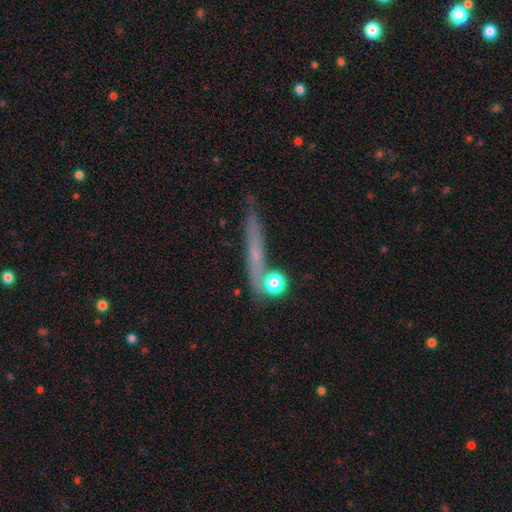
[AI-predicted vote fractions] The model was most divided on "smooth or featured": smooth: 45%, featured or disk: 41%, star or artifact: 14%. More confident: merging — none (70%).